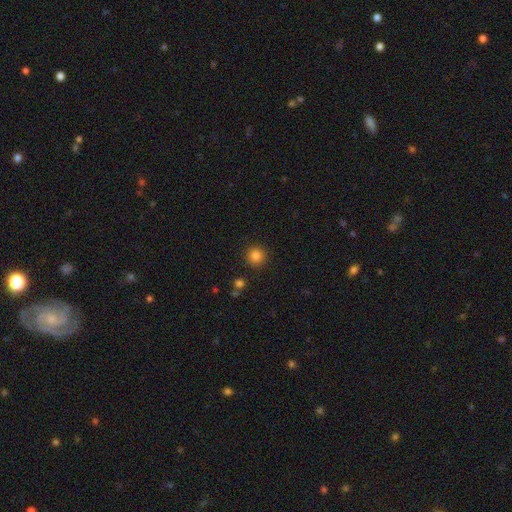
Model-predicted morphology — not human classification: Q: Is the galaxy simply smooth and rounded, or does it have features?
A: smooth — 83%.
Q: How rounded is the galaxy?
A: round — 94%.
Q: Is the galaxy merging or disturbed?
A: none — 91%.